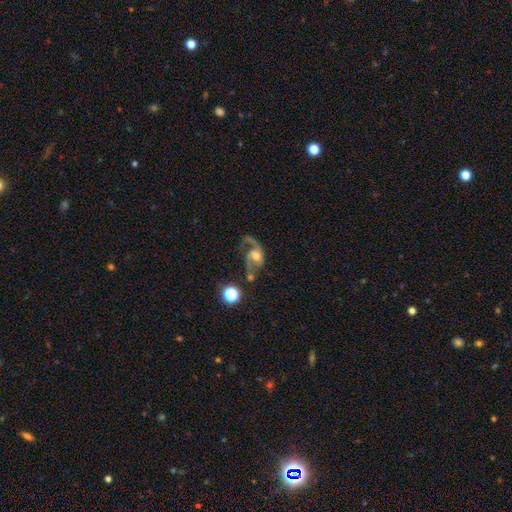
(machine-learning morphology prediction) Q: Smooth or featured?
A: featured or disk (80%); runner-up: smooth (12%)
Q: Edge-on disk?
A: no (97%); runner-up: yes (3%)
Q: Bar?
A: no (64%); runner-up: weak (29%)
Q: Spiral arms?
A: yes (93%); runner-up: no (7%)
Q: Spiral winding?
A: loose (56%); runner-up: medium (36%)
Q: Spiral arm count?
A: 2 (75%); runner-up: 1 (17%)
Q: Bulge size?
A: moderate (60%); runner-up: small (22%)
Q: Merging?
A: none (41%); runner-up: major disturbance (30%)